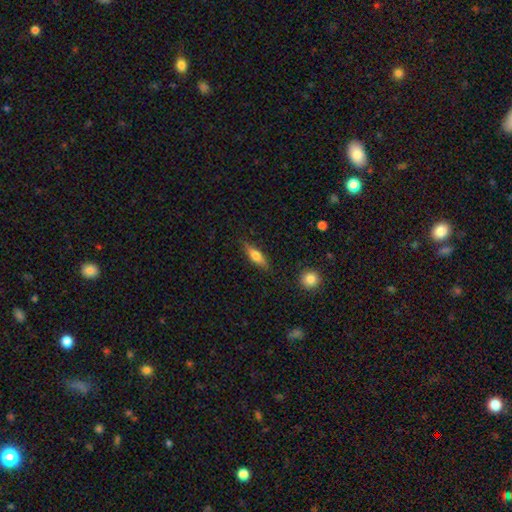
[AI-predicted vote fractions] Smooth or featured?
  - smooth: 63% *
  - featured or disk: 30%
  - star or artifact: 7%
How rounded?
  - cigar-shaped: 54% *
  - in between: 43%
  - round: 3%
Merging?
  - none: 83% *
  - minor disturbance: 12%
  - major disturbance: 3%
  - merger: 2%